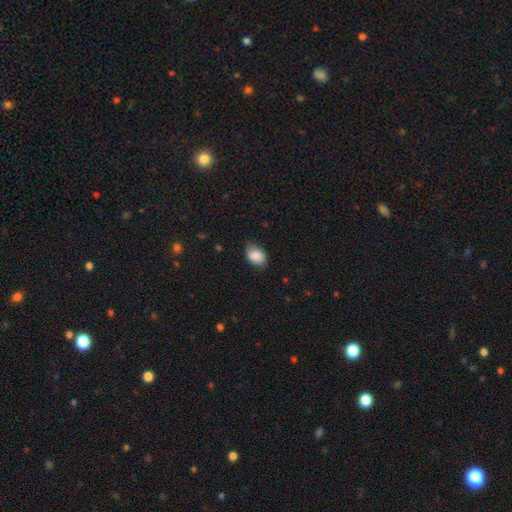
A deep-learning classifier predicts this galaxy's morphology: Smooth or featured: smooth — 87% (star or artifact — 7%)
How rounded: in between — 81% (round — 18%)
Merging: none — 76% (minor disturbance — 20%)